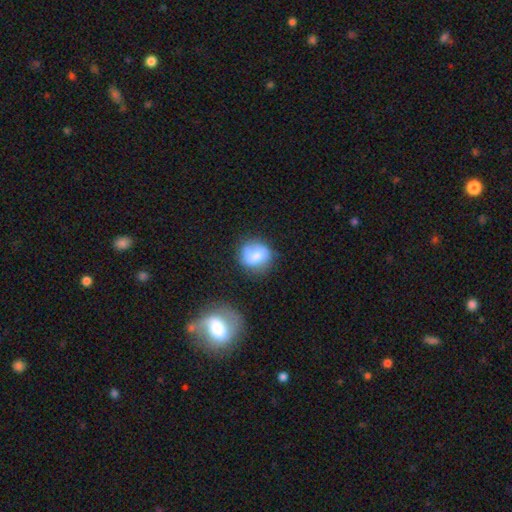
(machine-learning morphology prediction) Overall: smooth (66%). How rounded: round (74%). Merging: none (60%; minor disturbance 25%).